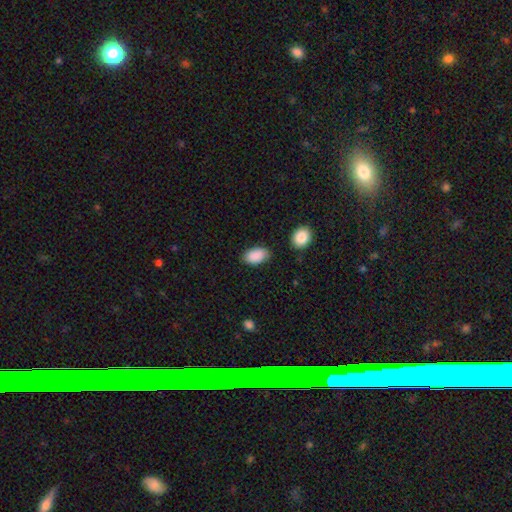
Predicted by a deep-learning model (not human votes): This appears to be a smooth galaxy with no disk features (90%) that is in between round and cigar-shaped (93%). Merging: none (81%).